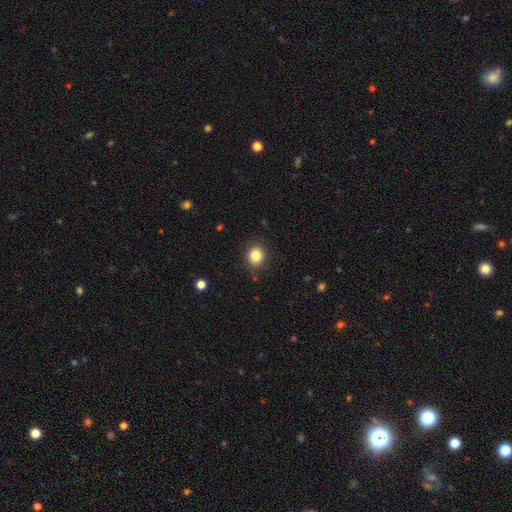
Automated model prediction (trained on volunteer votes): Smooth or featured: smooth — 83% (star or artifact — 11%)
How rounded: round — 71% (in between — 29%)
Merging: none — 88% (minor disturbance — 9%)